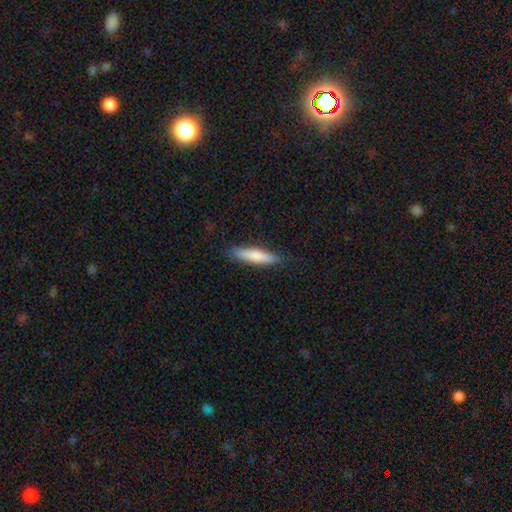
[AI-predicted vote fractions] Smooth or featured: smooth — 78% (featured or disk — 17%)
How rounded: cigar-shaped — 84% (in between — 14%)
Merging: none — 89% (minor disturbance — 9%)